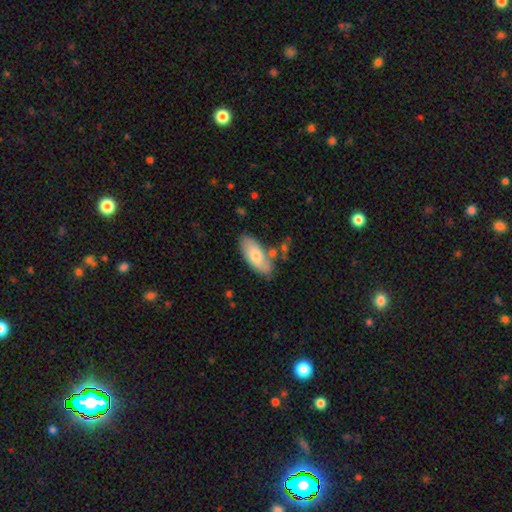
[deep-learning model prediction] smooth_or_featured: smooth (p=0.71) [alt: featured or disk p=0.24]
how_rounded: in between (p=0.87) [alt: cigar-shaped p=0.11]
merging: none (p=0.71) [alt: minor disturbance p=0.18]